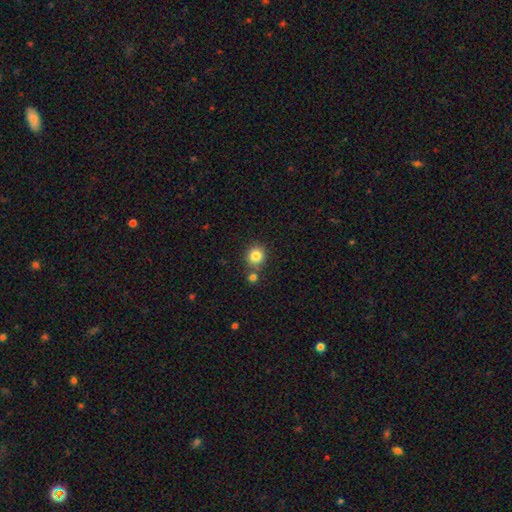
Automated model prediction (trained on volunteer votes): smooth-or-featured: smooth: 83% | star or artifact: 11% | featured or disk: 6%
  how-rounded: round: 90% | in between: 10% | cigar-shaped: 1%
  merging: none: 72% | merger: 17% | minor disturbance: 8% | major disturbance: 3%